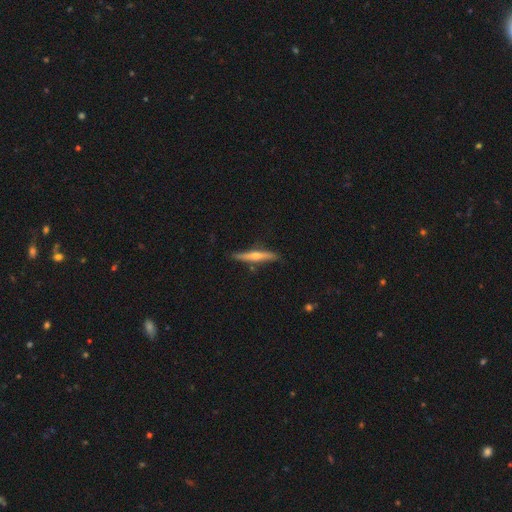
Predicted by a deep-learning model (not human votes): Overall: featured or disk (64%; smooth 30%). Edge-on disk: yes (96%). Edge-on bulge: rounded (85%). Merging: none (84%).